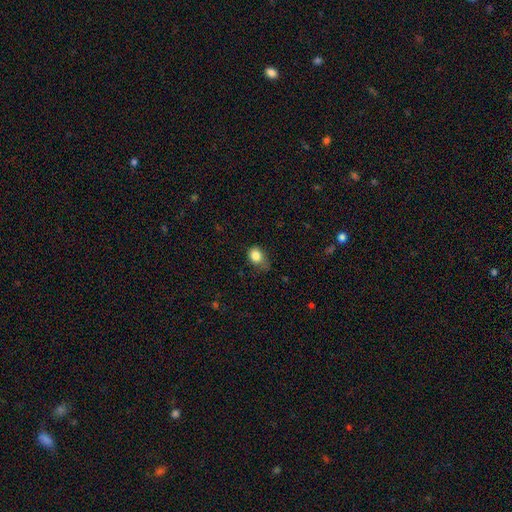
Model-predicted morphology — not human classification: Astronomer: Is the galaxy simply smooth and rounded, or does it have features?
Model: smooth — 84%.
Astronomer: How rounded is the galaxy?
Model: in between — 54% (runner-up: round, 45%).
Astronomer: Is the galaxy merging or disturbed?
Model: none — 46% (runner-up: minor disturbance, 39%).